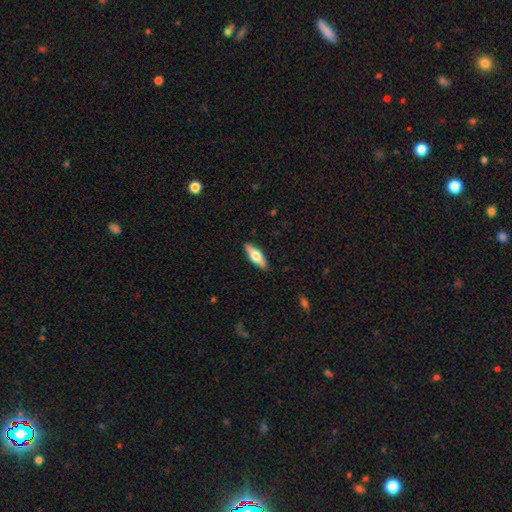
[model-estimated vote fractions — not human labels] smooth 53%, featured or disk 42%, star or artifact 6%. Down the decision tree: how rounded — in between (55%); merging — none (89%).